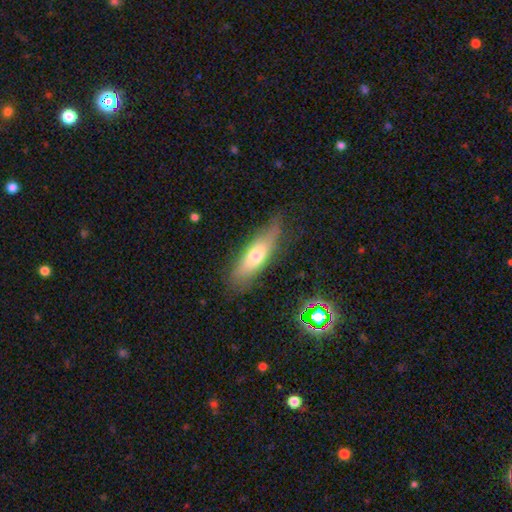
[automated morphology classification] smooth-or-featured: smooth: 60% | featured or disk: 32% | star or artifact: 8%
  how-rounded: cigar-shaped: 55% | in between: 43% | round: 3%
  merging: none: 72% | minor disturbance: 20% | major disturbance: 6% | merger: 2%